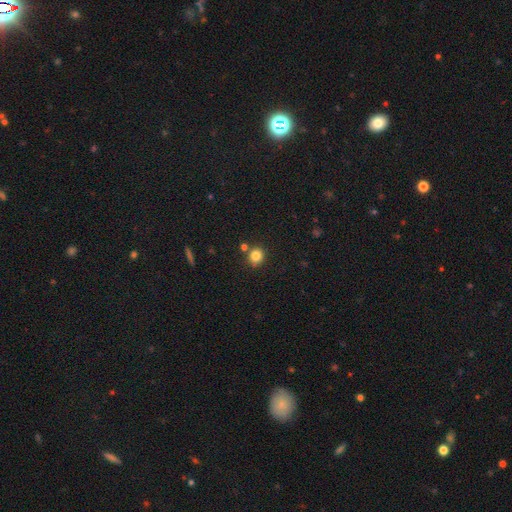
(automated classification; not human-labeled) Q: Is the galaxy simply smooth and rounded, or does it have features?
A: smooth — 83%.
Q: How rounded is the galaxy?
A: round — 86%.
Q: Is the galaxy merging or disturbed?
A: none — 79%.